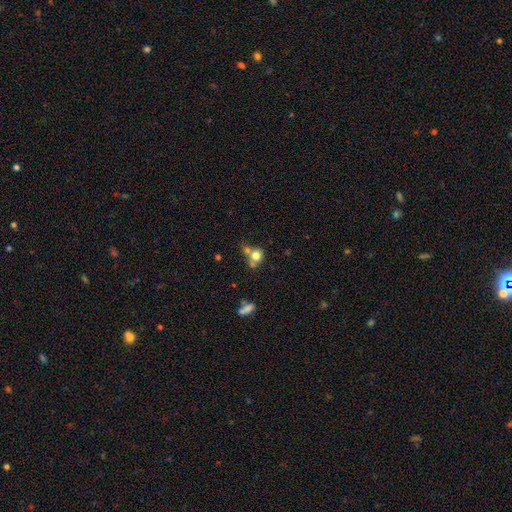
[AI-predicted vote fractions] A smooth galaxy with no disk features (72%) that is round (77%). Merging: merger (44%).